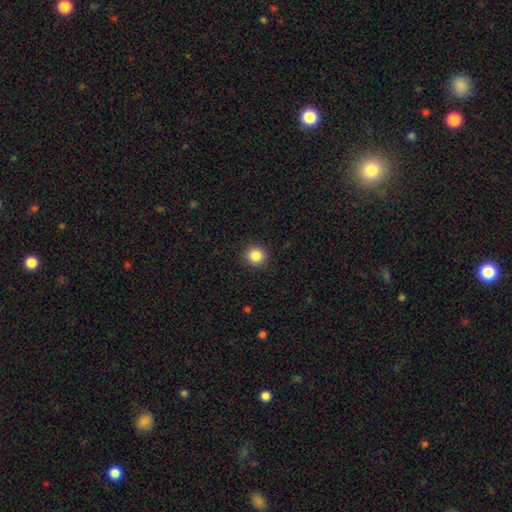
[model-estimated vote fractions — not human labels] smooth 85%, star or artifact 10%, featured or disk 4%. Down the decision tree: how rounded — round (92%); merging — none (91%).